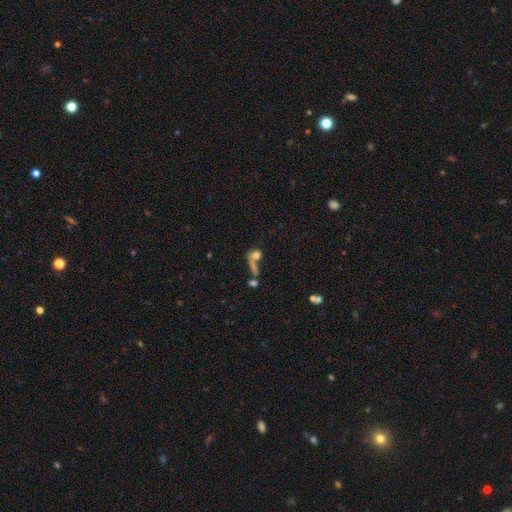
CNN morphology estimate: Smooth or featured? Predicted: smooth (p=0.64). How rounded? Predicted: round (p=0.59). Merging? Predicted: merger (p=0.37).